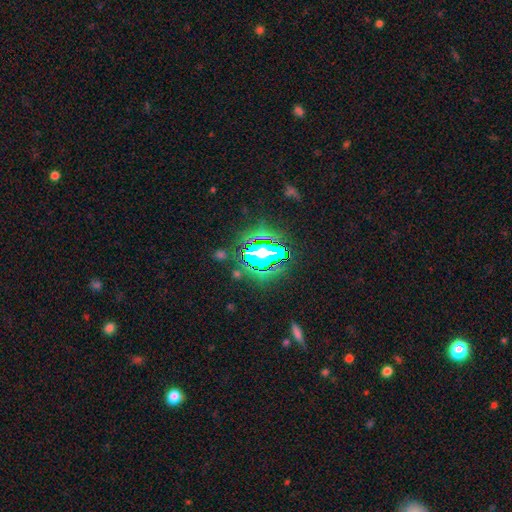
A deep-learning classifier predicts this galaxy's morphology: This is likely a star or artifact rather than a galaxy (79%).